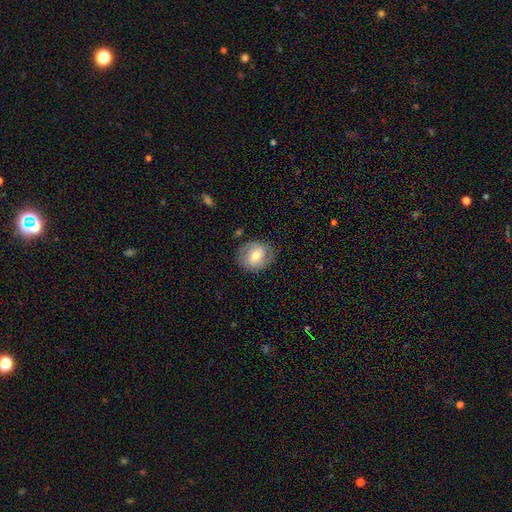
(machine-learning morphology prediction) The model was most divided on "smooth or featured": smooth: 51%, featured or disk: 42%, star or artifact: 7%. More confident: merging — none (77%); how rounded — round (67%).